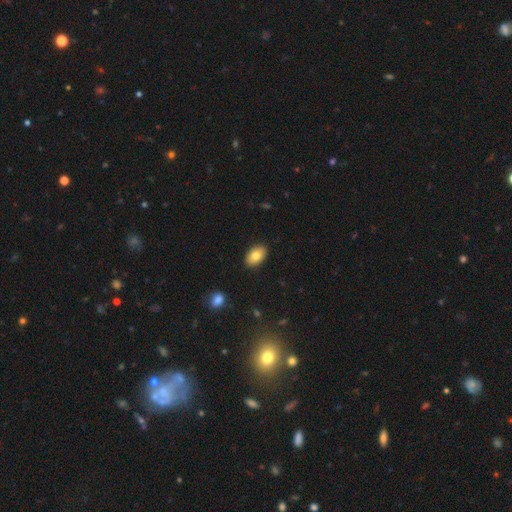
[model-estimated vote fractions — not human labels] A smooth galaxy with no disk features (80%) that is in between round and cigar-shaped (92%). Merging: none (89%).